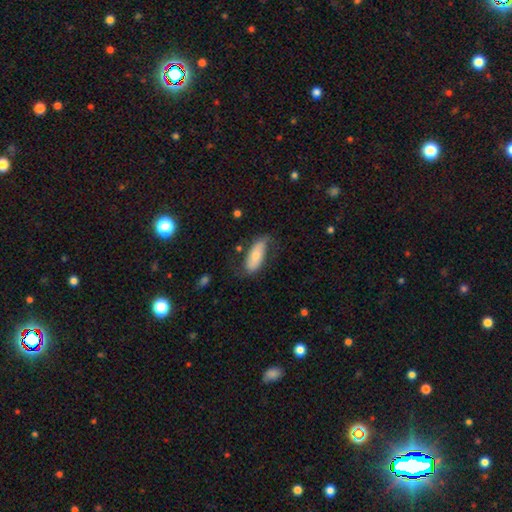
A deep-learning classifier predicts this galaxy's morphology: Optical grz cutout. It shows a smooth galaxy with no disk features (60%) that is in between round and cigar-shaped (81%). Merging: none (59%).